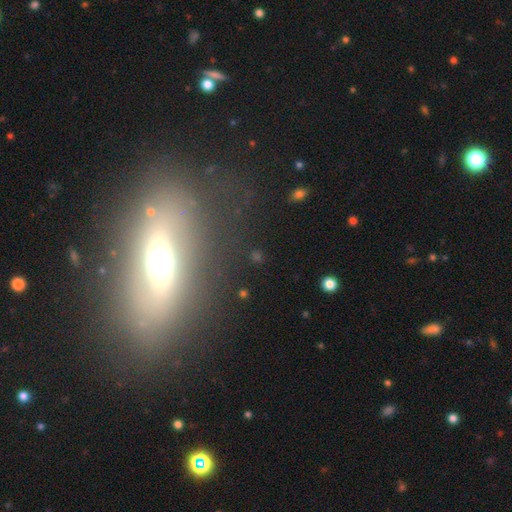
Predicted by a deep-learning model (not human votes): Smooth or featured? star or artifact (36%)